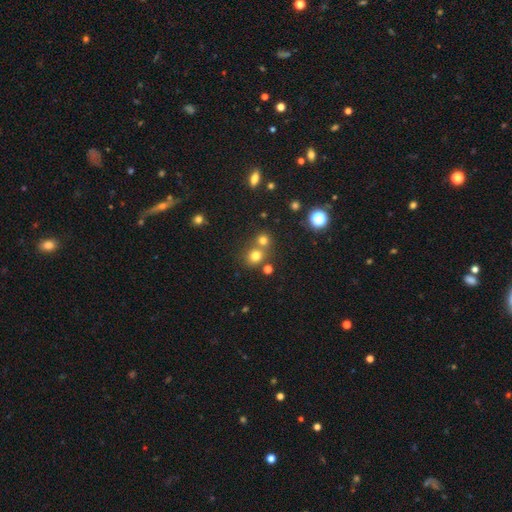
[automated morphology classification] Q: Smooth or featured?
A: smooth (73%); runner-up: star or artifact (18%)
Q: How rounded?
A: round (82%); runner-up: in between (17%)
Q: Merging?
A: none (55%); runner-up: merger (34%)